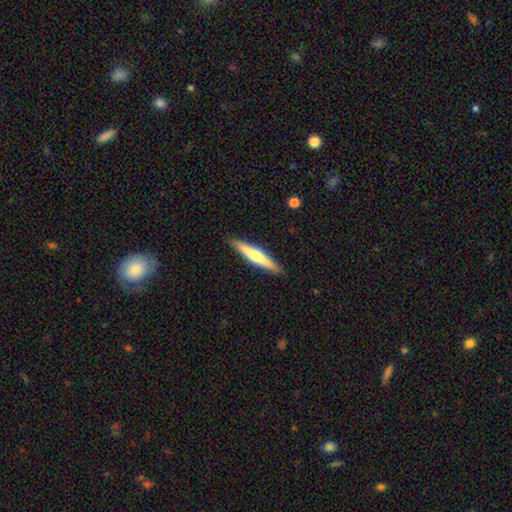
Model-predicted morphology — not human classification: This appears to be a smooth galaxy with no disk features (49%). Merging: none (90%).